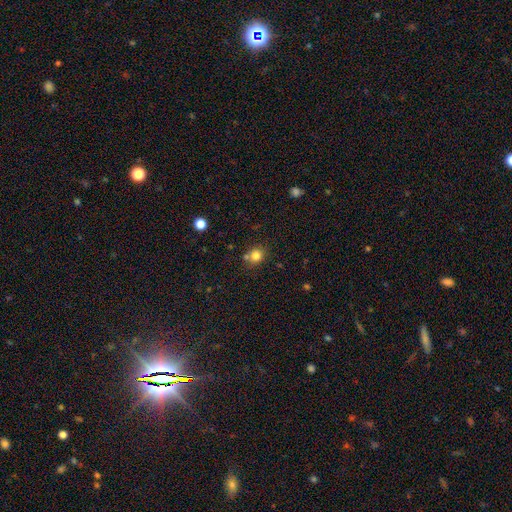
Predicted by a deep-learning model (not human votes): A smooth galaxy with no disk features (80%) that is round (82%).

Vote fractions:
- Smooth or featured? smooth: 80% / star or artifact: 13% / featured or disk: 7%
- How rounded? round: 82% / in between: 17% / cigar-shaped: 1%
- Merging? none: 67% / merger: 18% / minor disturbance: 11% / major disturbance: 3%